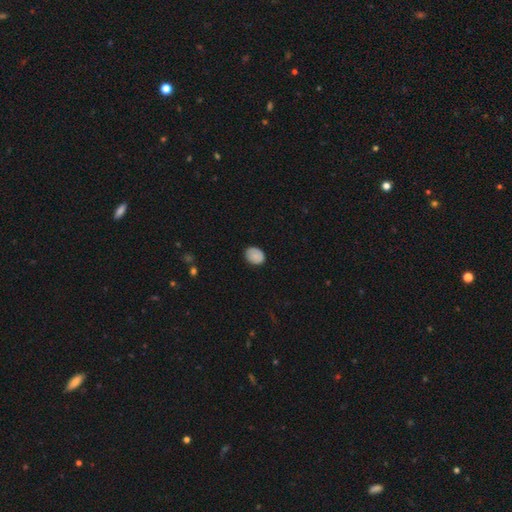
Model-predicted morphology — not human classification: A smooth galaxy with no disk features (83%) that is in between round and cigar-shaped (55%). Merging: none (80%).